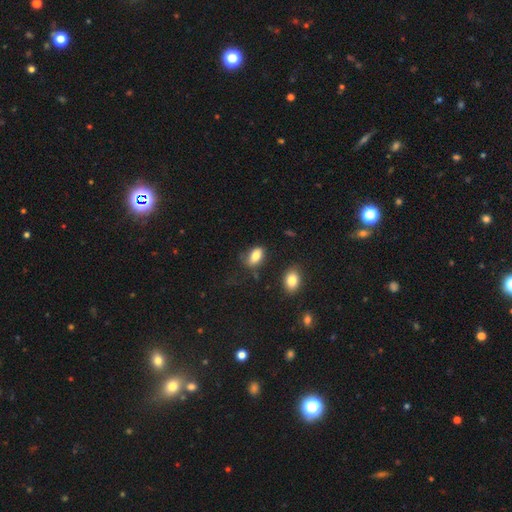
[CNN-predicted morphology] A smooth galaxy with no disk features (81%) that is in between round and cigar-shaped (90%).

Vote fractions:
- Smooth or featured? smooth: 81% / featured or disk: 10% / star or artifact: 8%
- How rounded? in between: 90% / round: 7% / cigar-shaped: 3%
- Merging? none: 60% / minor disturbance: 26% / major disturbance: 9% / merger: 4%